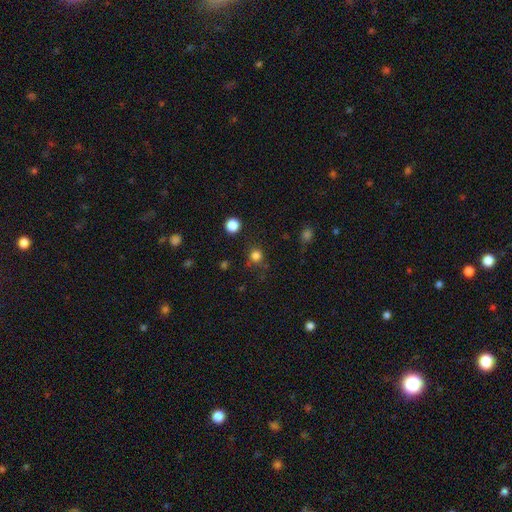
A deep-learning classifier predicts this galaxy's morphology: type=smooth (79%); roundness=round (90%); merging=none (82%).